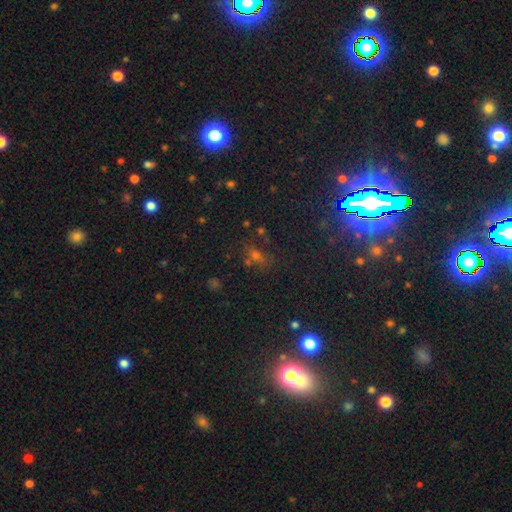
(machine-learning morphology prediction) smooth_or_featured: star or artifact (p=0.49) [alt: smooth p=0.39]